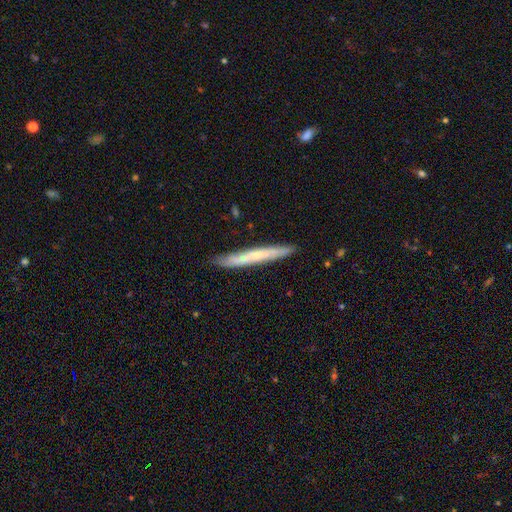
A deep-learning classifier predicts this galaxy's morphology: smooth-or-featured: smooth: 48% | featured or disk: 46% | star or artifact: 6%
  merging: none: 86% | minor disturbance: 11% | major disturbance: 2% | merger: 2%